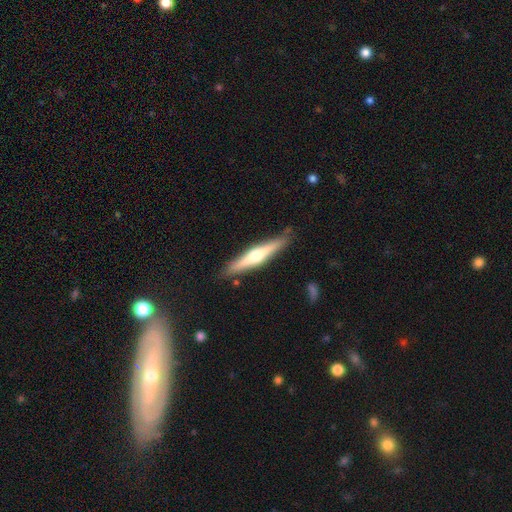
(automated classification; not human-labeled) Q: Smooth or featured?
A: featured or disk (61%); runner-up: smooth (34%)
Q: Edge-on disk?
A: yes (96%); runner-up: no (4%)
Q: Edge-on bulge?
A: rounded (90%); runner-up: none (5%)
Q: Merging?
A: none (85%); runner-up: minor disturbance (11%)